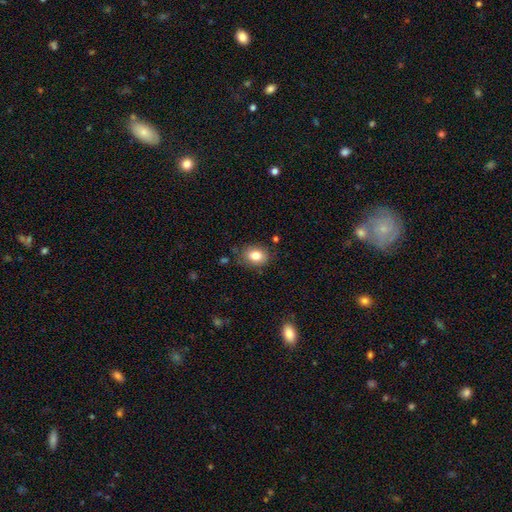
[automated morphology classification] smooth_or_featured: smooth (p=0.82) [alt: star or artifact p=0.09]
how_rounded: in between (p=0.54) [alt: round p=0.45]
merging: none (p=0.80) [alt: minor disturbance p=0.14]